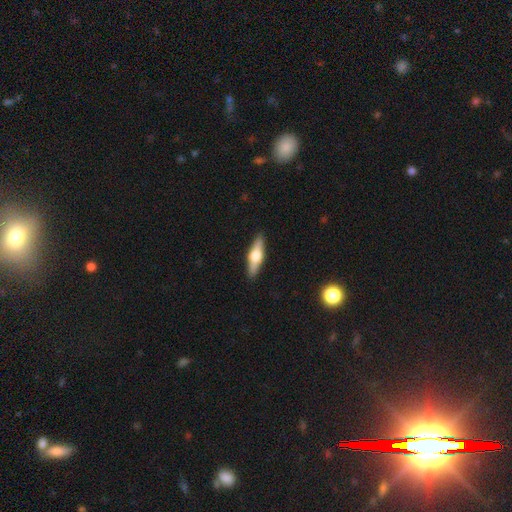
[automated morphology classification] A featured or disk galaxy (55%) viewed edge-on (94%) with a rounded central bulge (93%). Merging: none (90%).